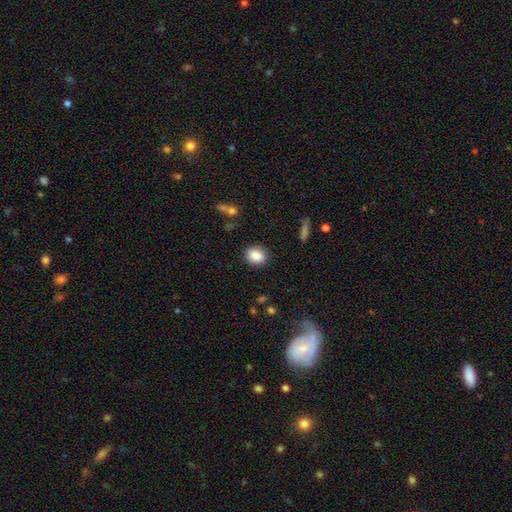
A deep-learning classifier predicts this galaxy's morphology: The model was most divided on "how rounded": round: 54%, in between: 45%, cigar-shaped: 1%. More confident: merging — none (88%); smooth or featured — smooth (87%).